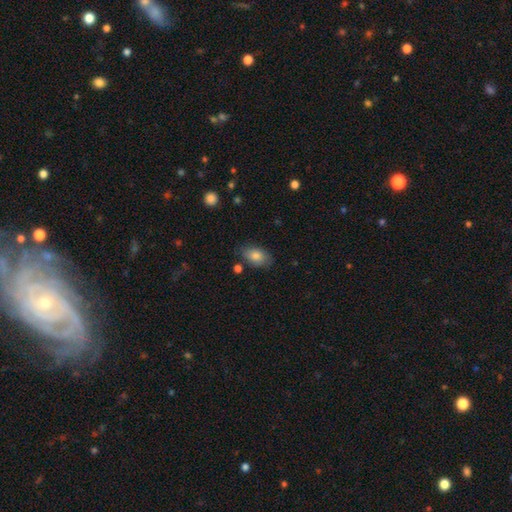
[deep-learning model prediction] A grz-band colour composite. It shows a smooth galaxy with no disk features (81%) that is in between round and cigar-shaped (88%). Merging: none (78%).